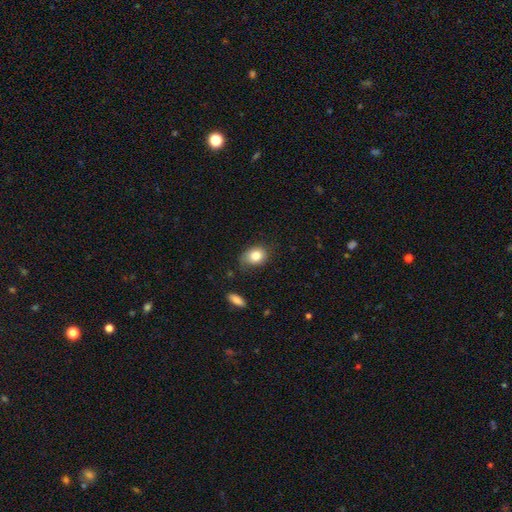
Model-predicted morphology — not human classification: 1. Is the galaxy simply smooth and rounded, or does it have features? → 81% smooth, 11% featured or disk, 8% star or artifact.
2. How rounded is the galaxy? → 65% in between, 34% round, 1% cigar-shaped.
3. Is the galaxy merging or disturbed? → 57% none, 30% minor disturbance, 11% major disturbance, 3% merger.